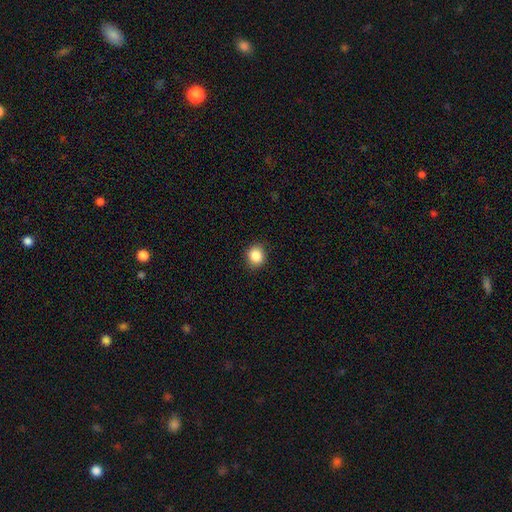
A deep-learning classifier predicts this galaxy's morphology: Smooth or featured? Predicted: smooth (p=0.86). How rounded? Predicted: round (p=0.78). Merging? Predicted: none (p=0.88).